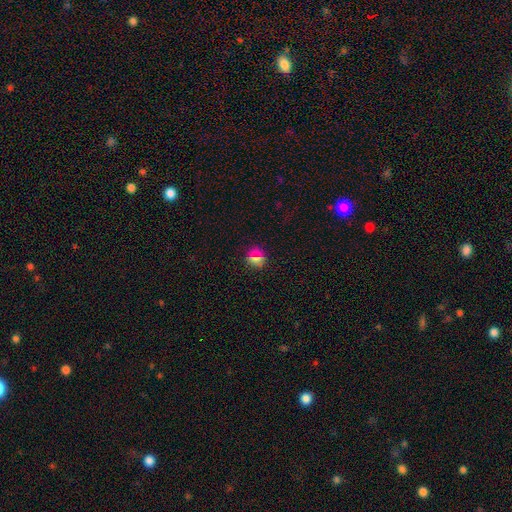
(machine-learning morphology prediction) The model was most divided on "smooth or featured": smooth: 69%, star or artifact: 22%, featured or disk: 9%. More confident: how rounded — round (89%); merging — none (88%).